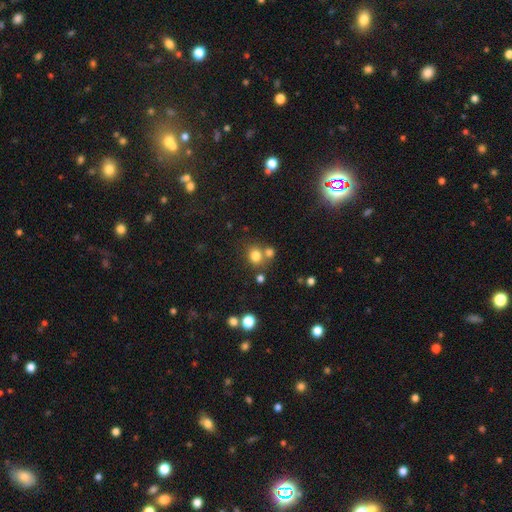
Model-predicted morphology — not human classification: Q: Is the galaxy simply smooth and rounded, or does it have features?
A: smooth — 78%.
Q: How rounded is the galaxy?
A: round — 75%.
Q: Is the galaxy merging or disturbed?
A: none — 59%.